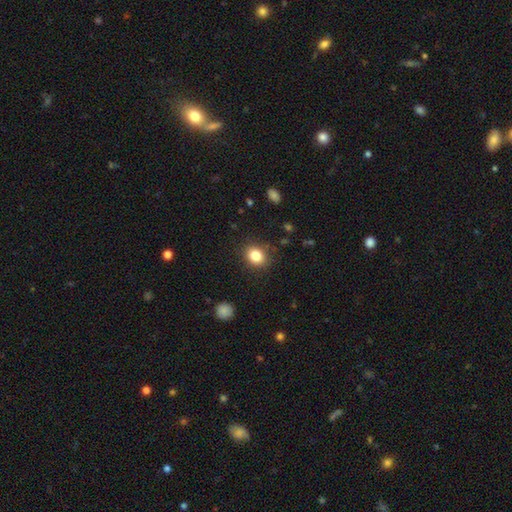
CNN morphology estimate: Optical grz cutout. It shows a smooth galaxy with no disk features (84%) that is round (60%). Merging: none (85%).